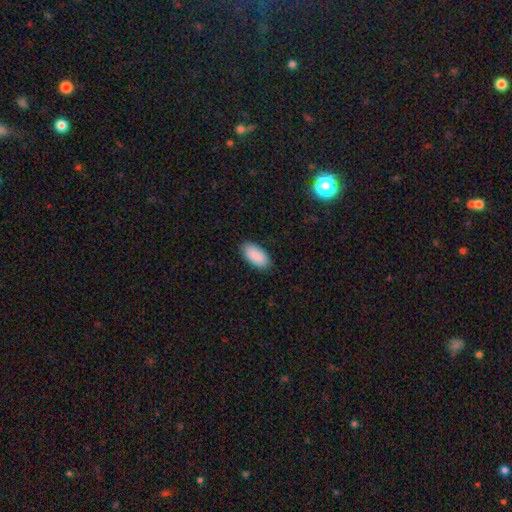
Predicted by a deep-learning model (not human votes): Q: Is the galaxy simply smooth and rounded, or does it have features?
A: smooth — 91%.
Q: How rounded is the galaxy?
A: in between — 94%.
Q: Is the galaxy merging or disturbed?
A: none — 86%.